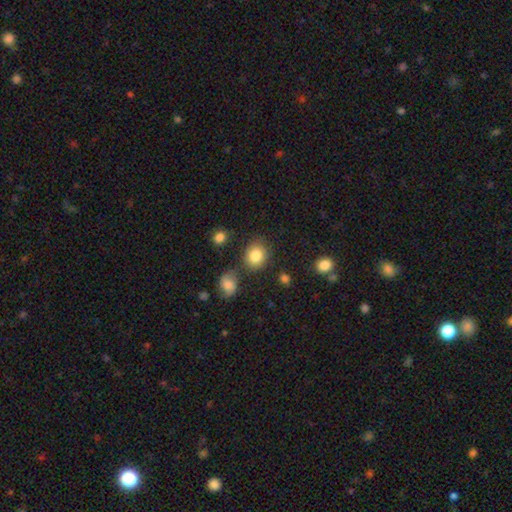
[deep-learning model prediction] A smooth galaxy with no disk features (83%) that is round (73%).

Vote fractions:
- Smooth or featured? smooth: 83% / star or artifact: 10% / featured or disk: 7%
- How rounded? round: 73% / in between: 26% / cigar-shaped: 1%
- Merging? none: 76% / minor disturbance: 12% / merger: 7% / major disturbance: 4%